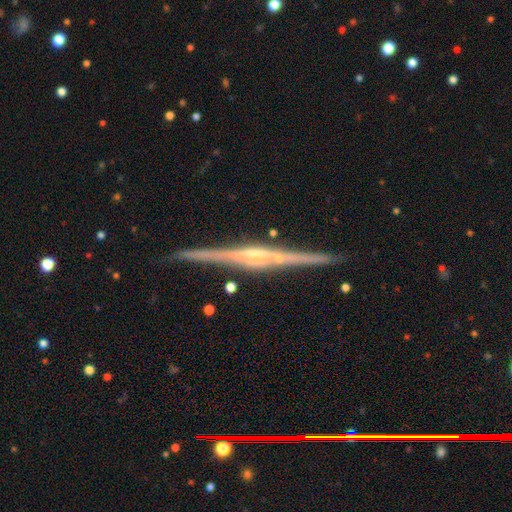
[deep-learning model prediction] A featured or disk galaxy (87%) viewed edge-on (98%) with a rounded central bulge (55%). Merging: none (90%).